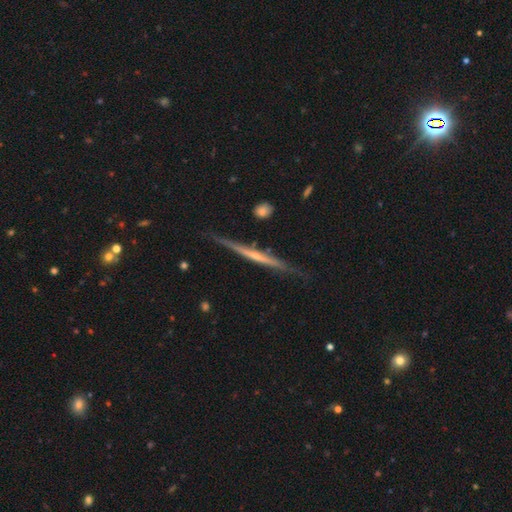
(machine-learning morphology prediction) Smooth or featured? featured or disk (74%)
Edge-on disk? yes (97%)
Edge-on bulge? none (59%)
Merging? none (82%)